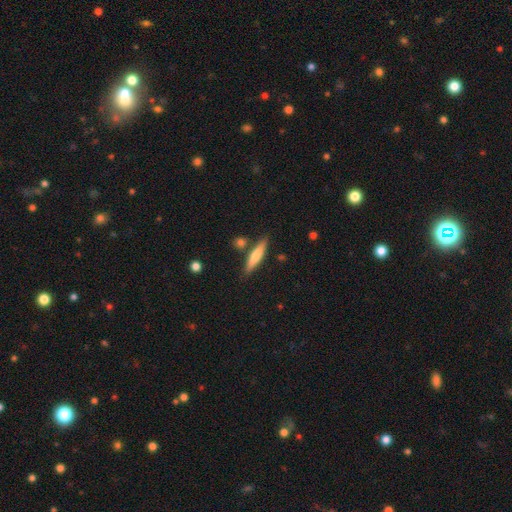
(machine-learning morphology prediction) This appears to be a smooth galaxy with no disk features (63%) that is cigar-shaped (85%). Merging: none (80%).